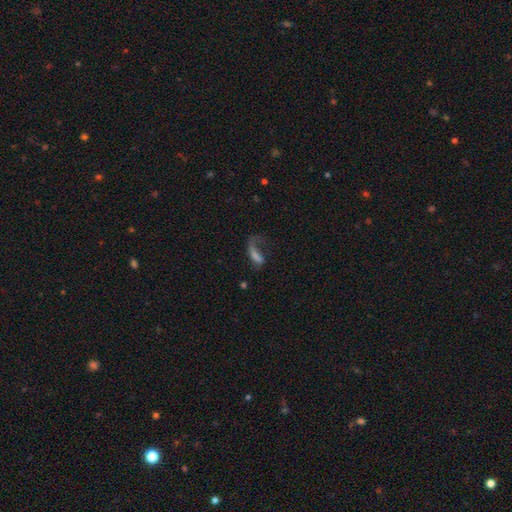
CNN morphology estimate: smooth 44%, featured or disk 41%, star or artifact 14%. Down the decision tree: merging — major disturbance (51%).